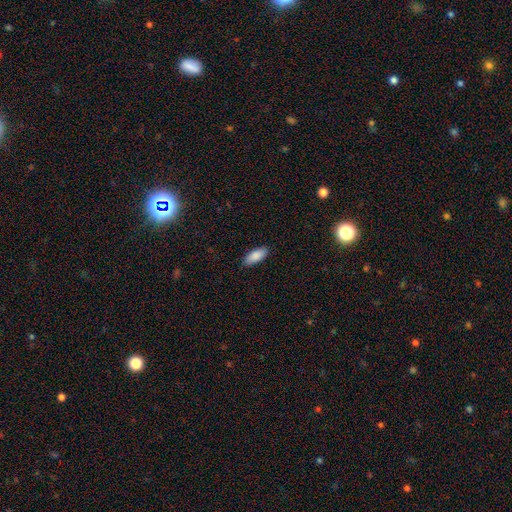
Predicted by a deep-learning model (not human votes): smooth 88%, star or artifact 6%, featured or disk 6%. Down the decision tree: how rounded — in between (83%); merging — none (86%).